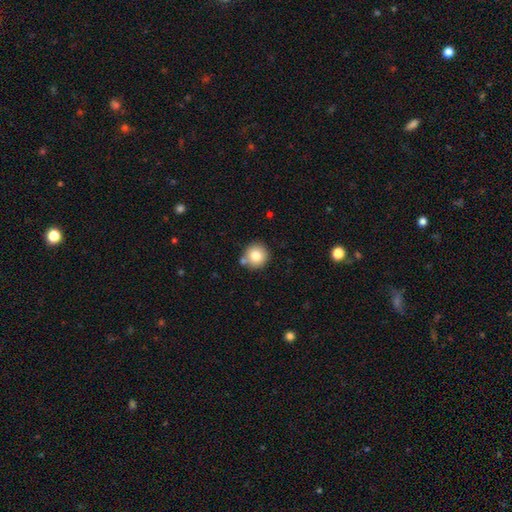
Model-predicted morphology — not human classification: Smooth or featured? smooth (80%)
How rounded? round (93%)
Merging? none (77%)